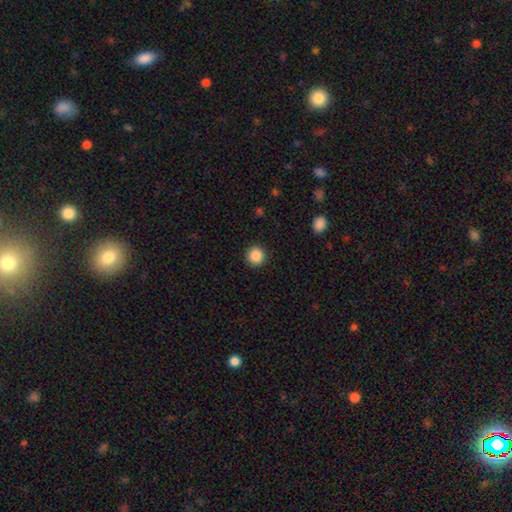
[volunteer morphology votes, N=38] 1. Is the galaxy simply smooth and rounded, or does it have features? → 89% smooth, 8% star or artifact, 3% featured or disk.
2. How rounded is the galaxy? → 100% round, 0% in between, 0% cigar-shaped.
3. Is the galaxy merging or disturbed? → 86% none, 9% minor disturbance, 6% major disturbance, 0% merger.